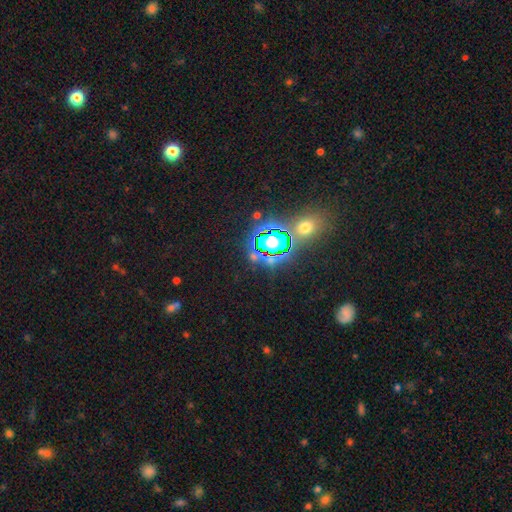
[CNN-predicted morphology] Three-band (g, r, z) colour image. It shows a star or artifact, not a galaxy (75%).